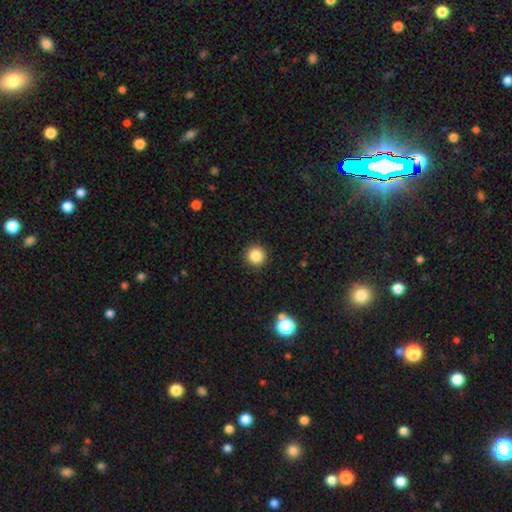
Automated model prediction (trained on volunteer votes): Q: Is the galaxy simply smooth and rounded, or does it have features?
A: smooth — 85%.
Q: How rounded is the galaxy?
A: round — 95%.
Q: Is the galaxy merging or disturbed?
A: none — 92%.